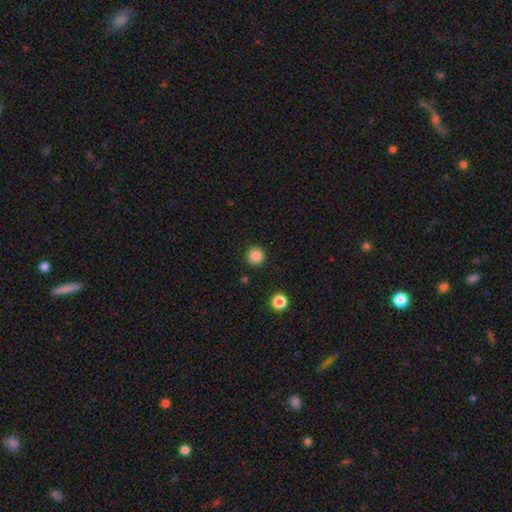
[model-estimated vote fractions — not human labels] Overall: smooth (86%). How rounded: round (96%). Merging: none (92%).